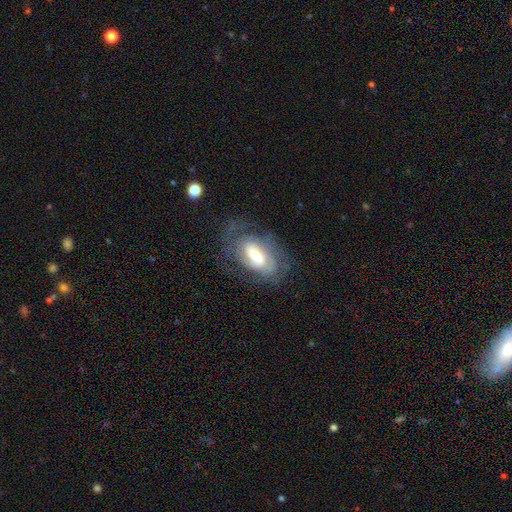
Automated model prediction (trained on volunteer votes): Smooth or featured?
  - featured or disk: 62% *
  - smooth: 30%
  - star or artifact: 8%
Edge-on disk?
  - no: 93% *
  - yes: 7%
Bar?
  - weak: 44% *
  - no: 34%
  - strong: 22%
Spiral arms?
  - yes: 78% *
  - no: 22%
Bulge size?
  - moderate: 42% *
  - large: 28%
  - small: 23%
  - none: 4%
  - dominant: 4%
Merging?
  - none: 58% *
  - minor disturbance: 22%
  - major disturbance: 18%
  - merger: 2%